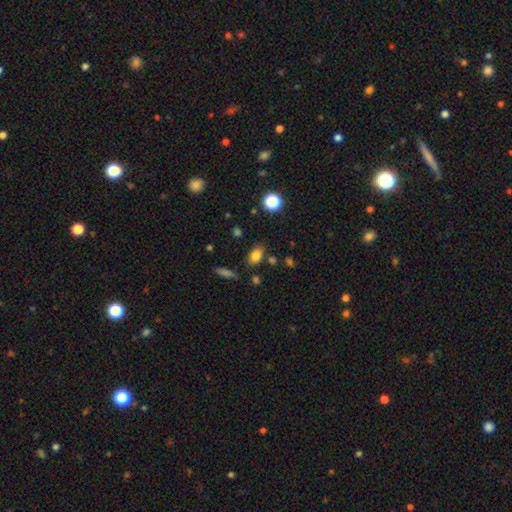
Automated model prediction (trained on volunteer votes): This is likely a smooth galaxy (80%). How rounded: likely in between (80%). Merging: likely none (77%).